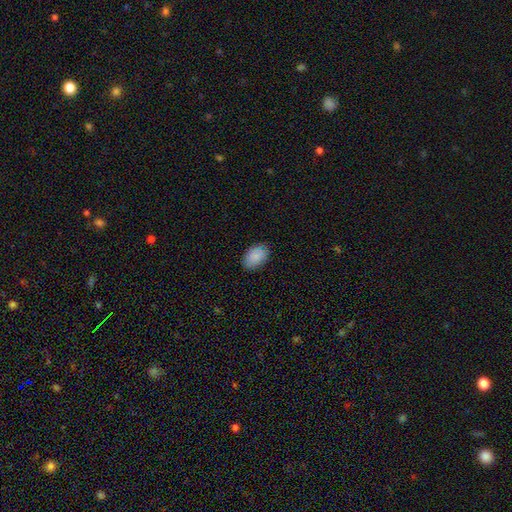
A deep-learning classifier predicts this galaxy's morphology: Overall: smooth (88%). How rounded: in between (89%). Merging: none (85%).